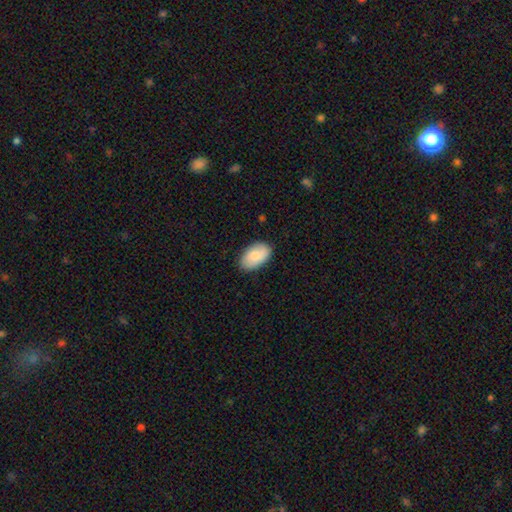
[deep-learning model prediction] A smooth galaxy with no disk features (81%) that is in between round and cigar-shaped (94%). Merging: none (81%).